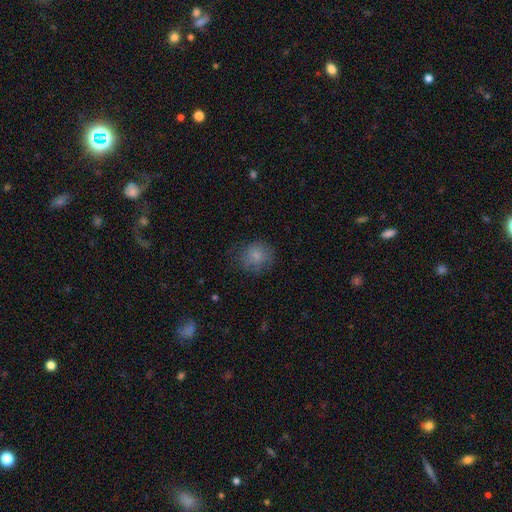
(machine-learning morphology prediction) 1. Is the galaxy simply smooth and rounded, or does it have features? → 79% smooth, 11% featured or disk, 10% star or artifact.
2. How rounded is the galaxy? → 81% round, 19% in between, 1% cigar-shaped.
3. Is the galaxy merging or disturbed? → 66% none, 22% minor disturbance, 11% major disturbance, 1% merger.